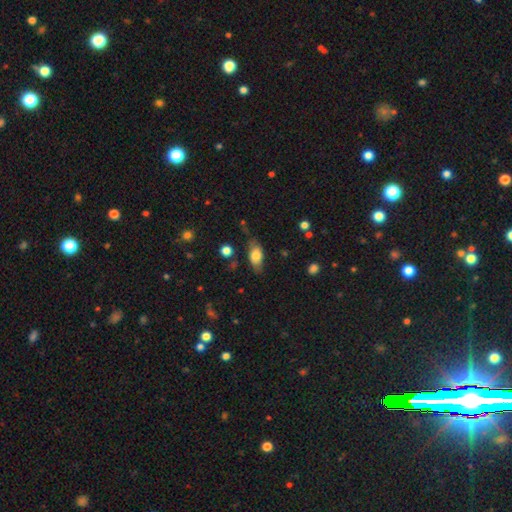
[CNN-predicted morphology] This is likely a smooth galaxy (75%). How rounded: clearly in between (87%). Merging: likely none (66%).